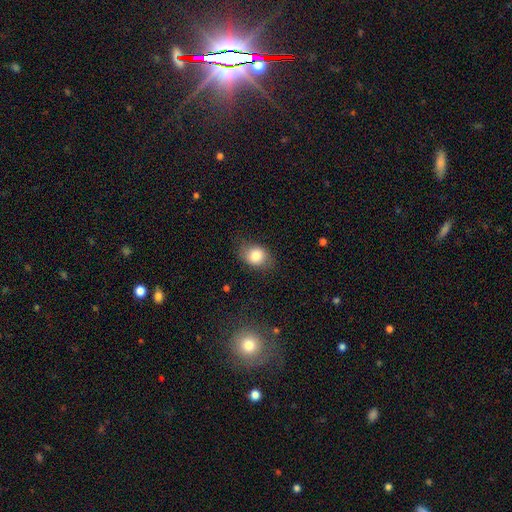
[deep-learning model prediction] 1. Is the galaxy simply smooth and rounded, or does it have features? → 82% smooth, 9% featured or disk, 9% star or artifact.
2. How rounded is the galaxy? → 62% in between, 37% round, 1% cigar-shaped.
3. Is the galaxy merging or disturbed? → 77% none, 17% minor disturbance, 5% major disturbance, 1% merger.